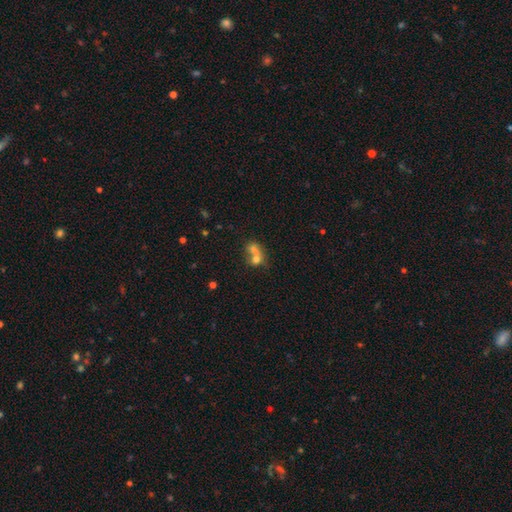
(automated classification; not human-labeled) Smooth or featured?
  - smooth: 67% *
  - featured or disk: 19%
  - star or artifact: 14%
How rounded?
  - round: 54% *
  - in between: 43%
  - cigar-shaped: 2%
Merging?
  - merger: 64% *
  - none: 22%
  - minor disturbance: 7%
  - major disturbance: 7%